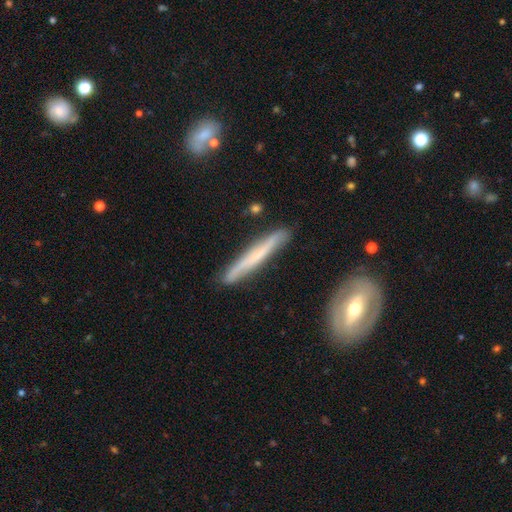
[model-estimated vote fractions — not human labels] The model was most divided on "smooth or featured" (2-way tie): featured or disk: 47%, smooth: 47%, star or artifact: 6%. More confident: merging — none (85%).